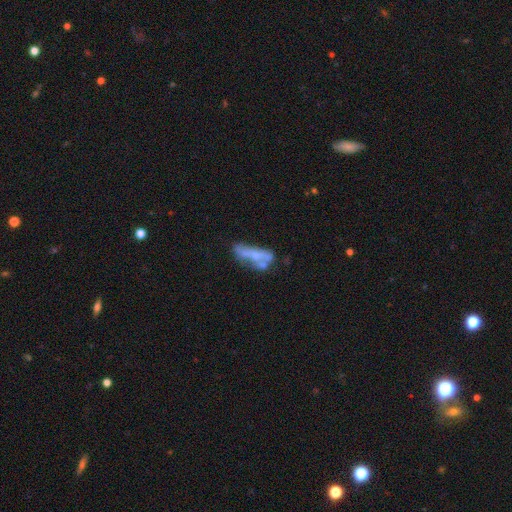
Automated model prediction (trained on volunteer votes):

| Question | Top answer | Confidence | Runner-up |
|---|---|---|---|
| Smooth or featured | featured or disk | 57% | smooth (33%) |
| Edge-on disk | no | 83% | yes (17%) |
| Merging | none | 35% | merger (26%) |